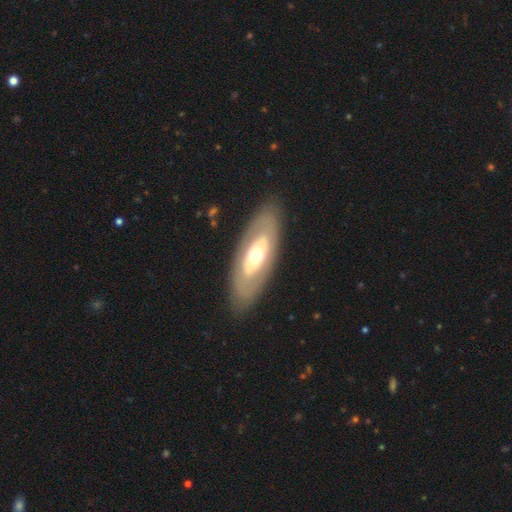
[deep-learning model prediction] smooth_or_featured: featured or disk (p=0.57) [alt: smooth p=0.38]
disk_edge_on: no (p=0.83) [alt: yes p=0.17]
merging: none (p=0.84) [alt: minor disturbance p=0.10]